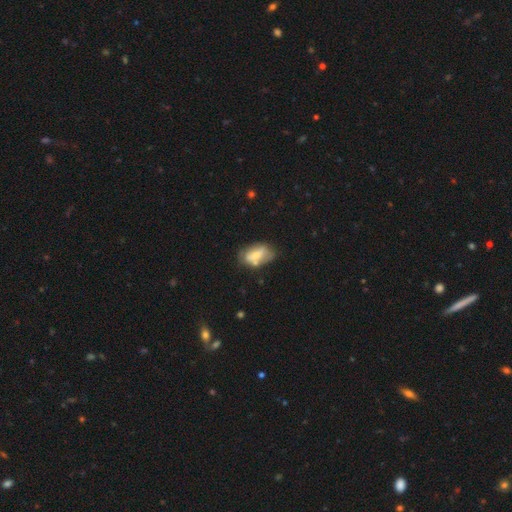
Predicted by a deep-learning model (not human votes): Smooth or featured? smooth (59%)
How rounded? in between (89%)
Merging? none (50%)